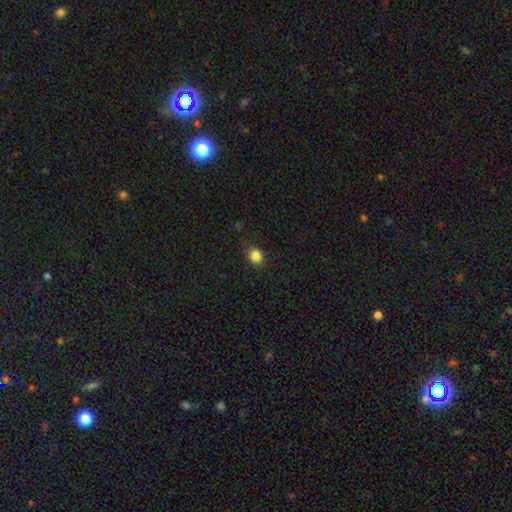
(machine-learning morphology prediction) This is clearly a smooth galaxy (84%). How rounded: likely round (78%). Merging: clearly none (82%).